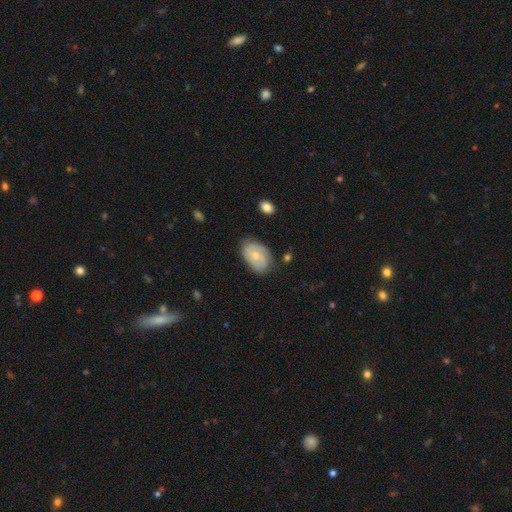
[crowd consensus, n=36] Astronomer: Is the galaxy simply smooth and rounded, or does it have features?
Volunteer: featured or disk — 56% (runner-up: smooth, 42%).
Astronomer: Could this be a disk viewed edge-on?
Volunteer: no — 100%.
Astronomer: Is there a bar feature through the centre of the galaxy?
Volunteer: no — 55% (runner-up: weak, 35%).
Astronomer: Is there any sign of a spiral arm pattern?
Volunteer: yes — 90%.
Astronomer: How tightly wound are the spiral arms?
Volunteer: tight — 50% (runner-up: medium, 44%).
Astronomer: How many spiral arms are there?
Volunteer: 2 — 67%.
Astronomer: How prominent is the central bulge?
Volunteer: small — 55% (runner-up: moderate, 45%).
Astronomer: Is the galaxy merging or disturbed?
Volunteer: none — 66%.